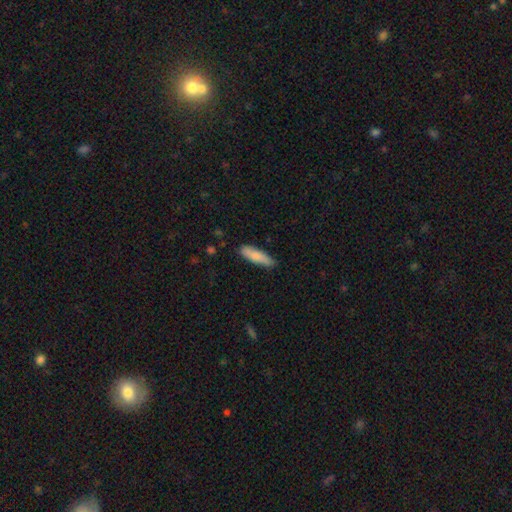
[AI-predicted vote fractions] Q: Smooth or featured?
A: smooth (83%); runner-up: featured or disk (11%)
Q: How rounded?
A: cigar-shaped (64%); runner-up: in between (35%)
Q: Merging?
A: none (83%); runner-up: minor disturbance (13%)